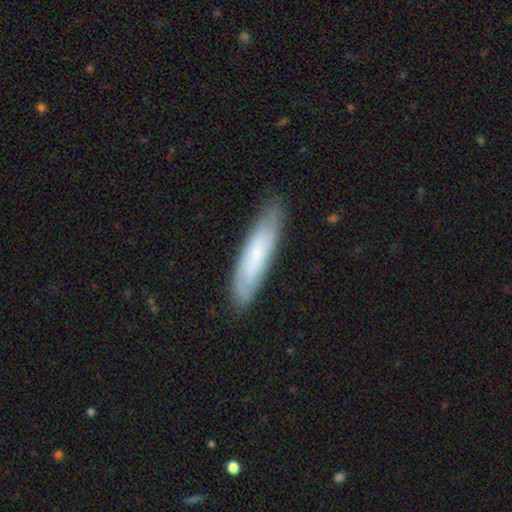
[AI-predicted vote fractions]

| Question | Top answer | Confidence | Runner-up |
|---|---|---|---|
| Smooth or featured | smooth | 55% | featured or disk (38%) |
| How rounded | cigar-shaped | 71% | in between (28%) |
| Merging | none | 81% | minor disturbance (15%) |